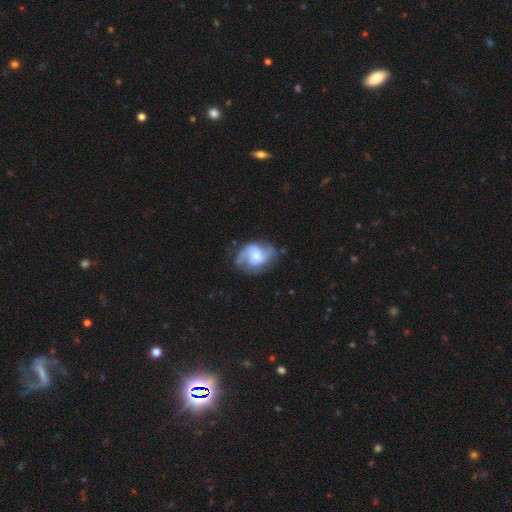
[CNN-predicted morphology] This appears to be a featured or disk galaxy (82%) with no bar (53%), 2 (63%) medium (52%) spiral arms (95%) and a moderate central bulge (45%). Merging: none (63%).